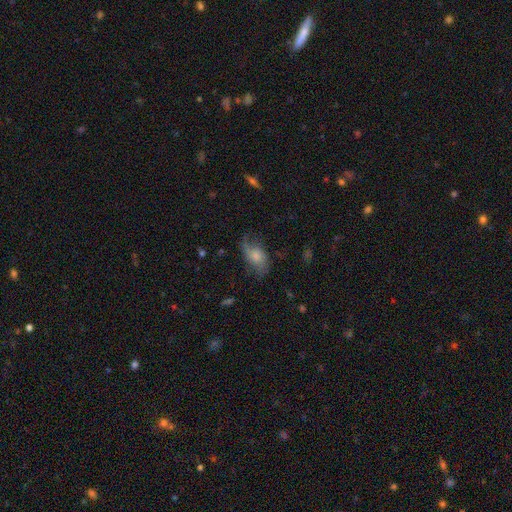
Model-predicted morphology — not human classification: featured or disk 46%, smooth 44%, star or artifact 9%. Down the decision tree: merging — none (51%).